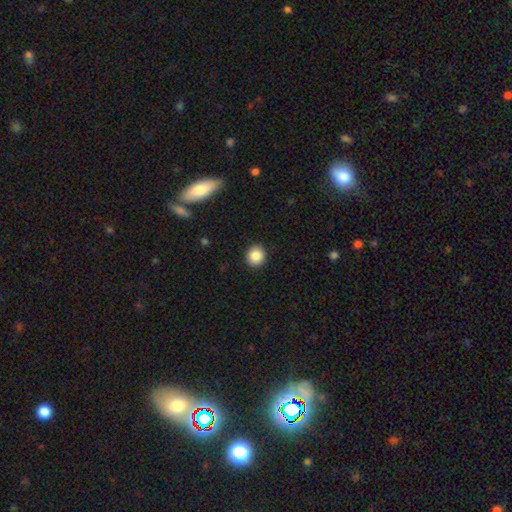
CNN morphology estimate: Smooth or featured: smooth — 86% (star or artifact — 9%)
How rounded: round — 86% (in between — 13%)
Merging: none — 91% (minor disturbance — 6%)